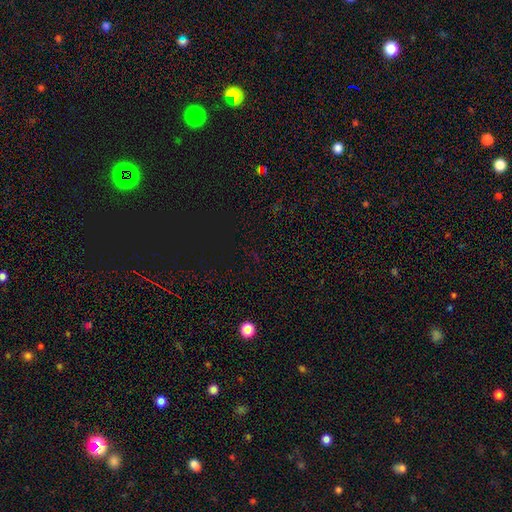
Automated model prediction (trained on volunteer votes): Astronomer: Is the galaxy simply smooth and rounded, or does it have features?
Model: star or artifact — 75%.